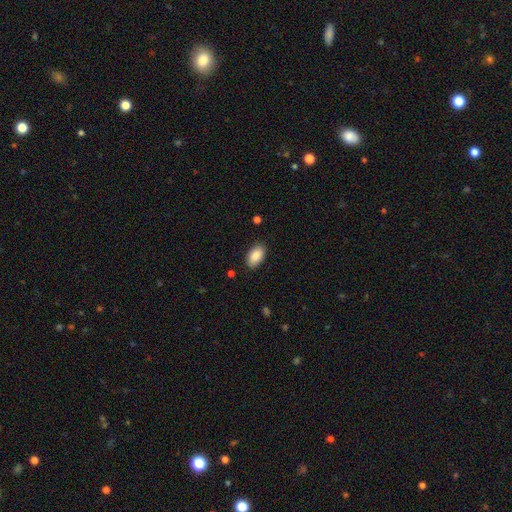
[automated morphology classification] The model was most divided on "merging": none: 86%, minor disturbance: 10%, major disturbance: 2%, merger: 1%. More confident: how rounded — in between (94%); smooth or featured — smooth (89%).